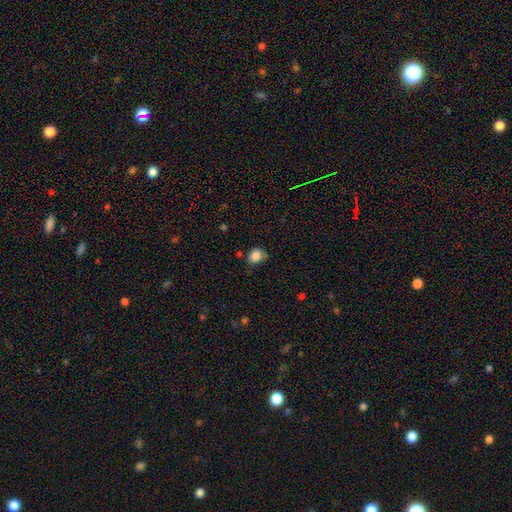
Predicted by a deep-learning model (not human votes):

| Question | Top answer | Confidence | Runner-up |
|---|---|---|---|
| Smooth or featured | smooth | 85% | star or artifact (9%) |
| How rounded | in between | 56% | round (43%) |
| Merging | none | 62% | minor disturbance (28%) |